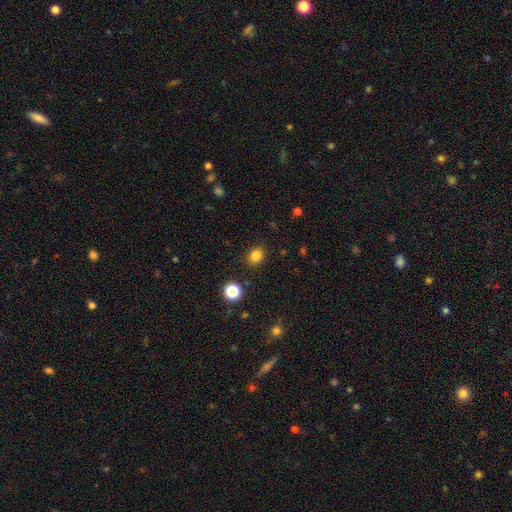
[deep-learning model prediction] Smooth or featured?
  - smooth: 83% *
  - star or artifact: 13%
  - featured or disk: 5%
How rounded?
  - round: 59% *
  - in between: 40%
  - cigar-shaped: 1%
Merging?
  - none: 87% *
  - minor disturbance: 9%
  - major disturbance: 3%
  - merger: 2%